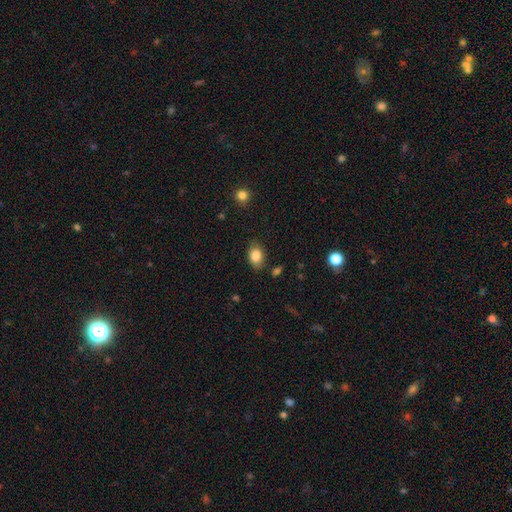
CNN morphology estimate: This appears to be a smooth galaxy with no disk features (85%) that is in between round and cigar-shaped (82%). Merging: none (81%).